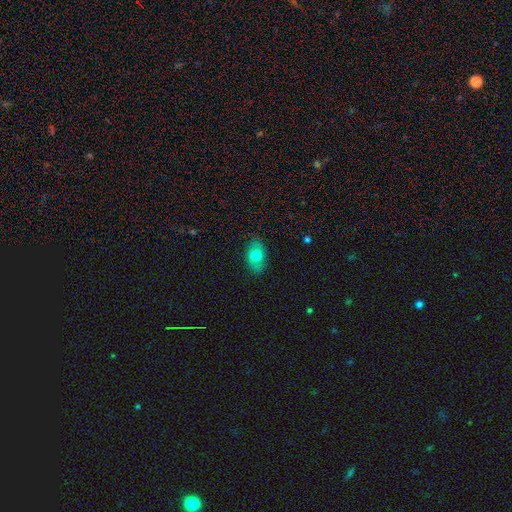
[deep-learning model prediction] smooth-or-featured: smooth: 74% | featured or disk: 18% | star or artifact: 8%
  how-rounded: in between: 90% | round: 7% | cigar-shaped: 2%
  merging: none: 84% | minor disturbance: 12% | major disturbance: 3% | merger: 1%